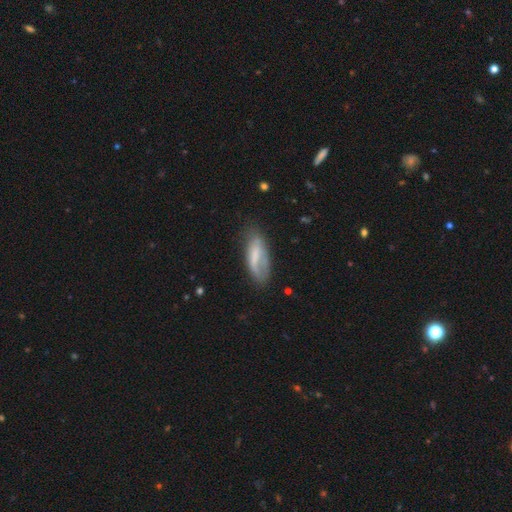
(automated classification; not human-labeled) Q: Smooth or featured?
A: smooth (56%); runner-up: featured or disk (36%)
Q: How rounded?
A: in between (70%); runner-up: cigar-shaped (28%)
Q: Merging?
A: none (51%); runner-up: minor disturbance (30%)